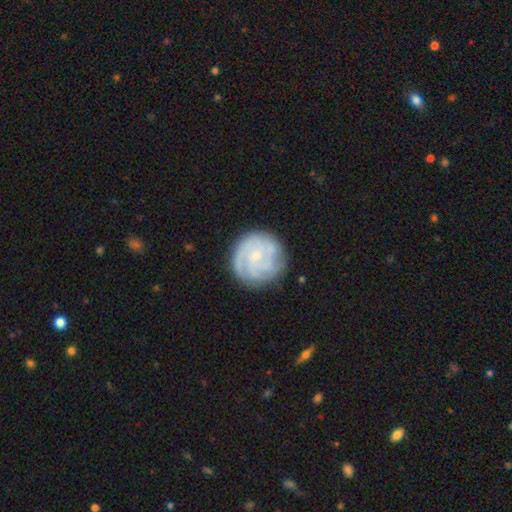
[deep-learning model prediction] The model was most divided on "spiral arm count": 3: 32%, can't tell: 28%, 4: 15%, 2: 13%, more than 4: 6%, 1: 6%. More confident: edge-on disk — no (98%); spiral arms — yes (93%); merging — none (79%); smooth or featured — featured or disk (75%); bar — no (71%); bulge size — small (70%); spiral winding — tight (69%).